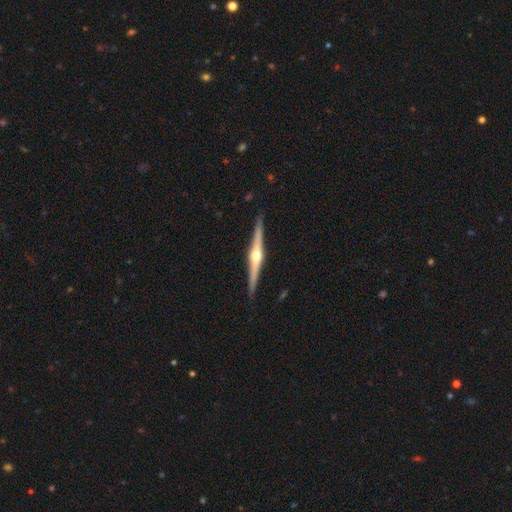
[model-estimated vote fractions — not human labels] Smooth or featured? Predicted: featured or disk (p=0.83). Edge-on disk? Predicted: yes (p=0.99). Edge-on bulge? Predicted: rounded (p=0.94). Merging? Predicted: none (p=0.91).